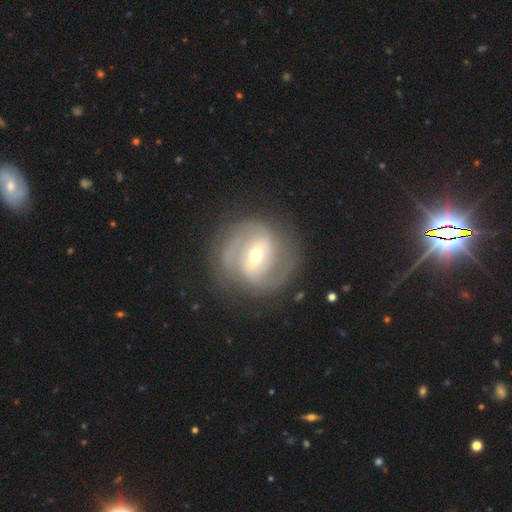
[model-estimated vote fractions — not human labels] Morphology: type=featured or disk (83%); edge-on=no (97%); bar=weak (44%); spiral arms=yes (92%); winding=tight (45%); arm count=2 (75%); bulge=moderate (59%); merging=none (77%).